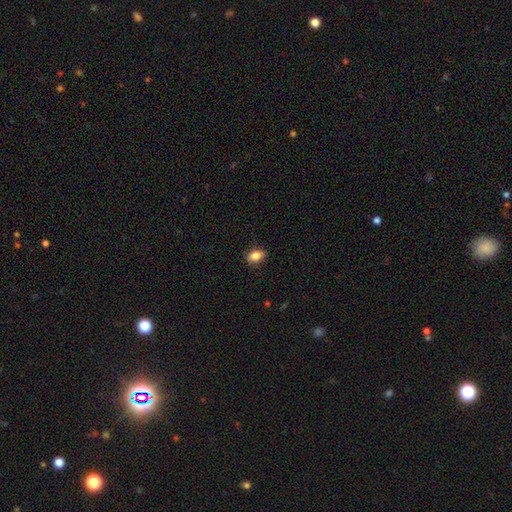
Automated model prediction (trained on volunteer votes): Morphology: type=smooth (81%); roundness=in between (83%); merging=none (86%).